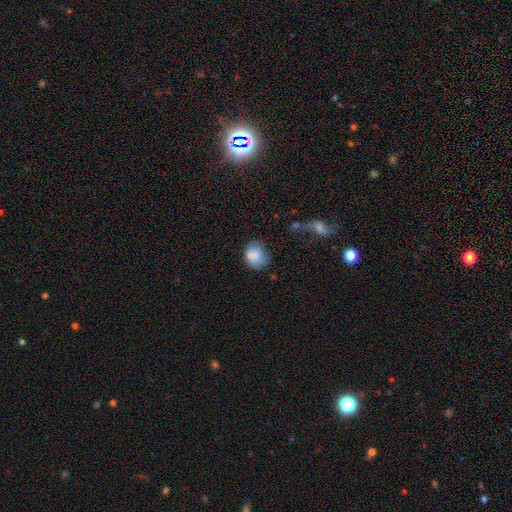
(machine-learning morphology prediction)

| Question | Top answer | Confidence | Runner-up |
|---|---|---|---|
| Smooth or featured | smooth | 76% | featured or disk (15%) |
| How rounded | round | 57% | in between (42%) |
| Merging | none | 51% | minor disturbance (25%) |